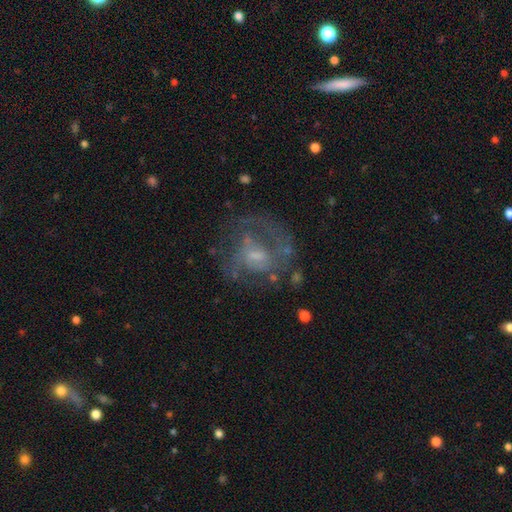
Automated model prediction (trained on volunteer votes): A featured or disk galaxy (71%) with no bar (53%), spiral arms (67%) and a small central bulge (44%). Merging: none (56%).